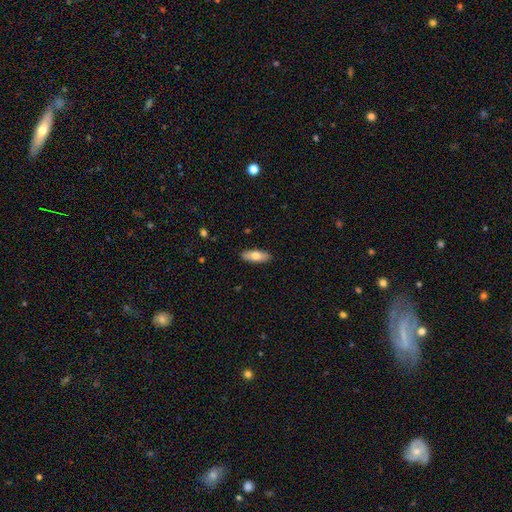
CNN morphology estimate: Smooth or featured?
  - smooth: 71% *
  - featured or disk: 23%
  - star or artifact: 6%
How rounded?
  - in between: 72% *
  - cigar-shaped: 25%
  - round: 2%
Merging?
  - none: 89% *
  - minor disturbance: 8%
  - major disturbance: 2%
  - merger: 1%